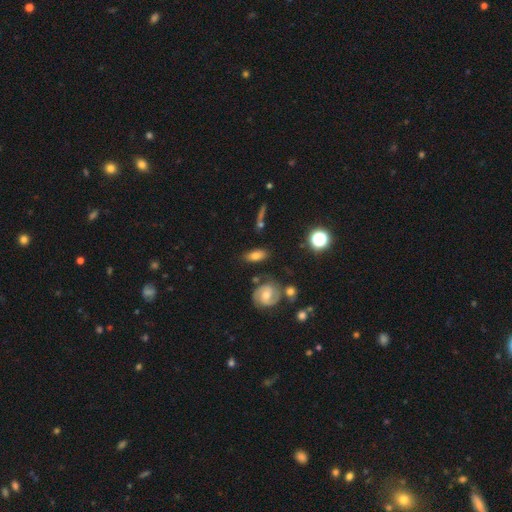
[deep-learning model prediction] Q: Smooth or featured?
A: smooth (68%); runner-up: featured or disk (22%)
Q: How rounded?
A: in between (79%); runner-up: cigar-shaped (13%)
Q: Merging?
A: none (77%); runner-up: minor disturbance (13%)